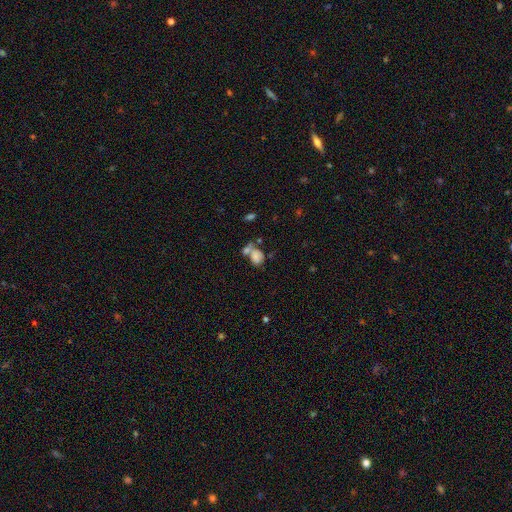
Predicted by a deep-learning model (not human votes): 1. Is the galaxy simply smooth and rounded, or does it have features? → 71% smooth, 18% featured or disk, 11% star or artifact.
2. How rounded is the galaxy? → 65% in between, 34% round, 2% cigar-shaped.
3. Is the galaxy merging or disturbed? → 51% merger, 26% none, 13% minor disturbance, 10% major disturbance.